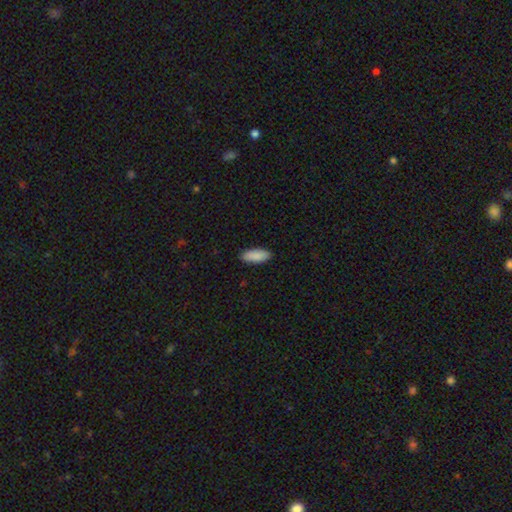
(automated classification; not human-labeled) Smooth or featured? Predicted: smooth (p=0.90). How rounded? Predicted: in between (p=0.79). Merging? Predicted: none (p=0.89).